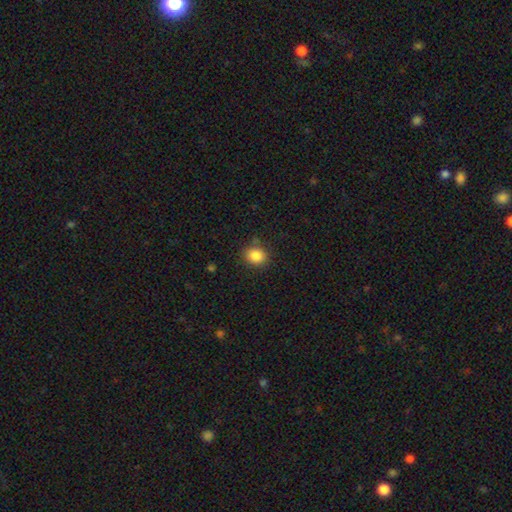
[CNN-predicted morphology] Q: Smooth or featured?
A: smooth (86%); runner-up: star or artifact (10%)
Q: How rounded?
A: round (68%); runner-up: in between (31%)
Q: Merging?
A: none (82%); runner-up: minor disturbance (12%)